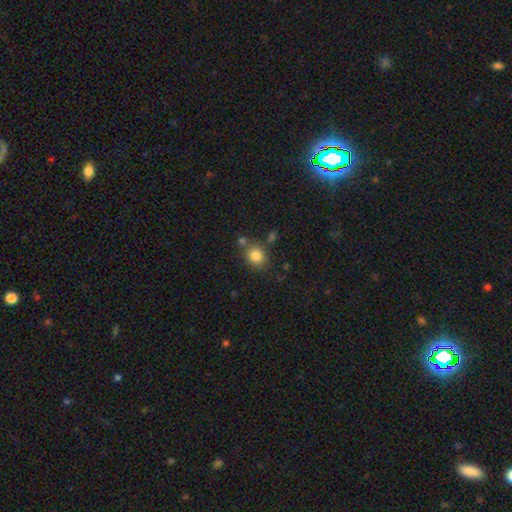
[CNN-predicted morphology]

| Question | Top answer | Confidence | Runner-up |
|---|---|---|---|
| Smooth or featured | smooth | 84% | star or artifact (10%) |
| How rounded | round | 79% | in between (20%) |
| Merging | none | 73% | minor disturbance (12%) |